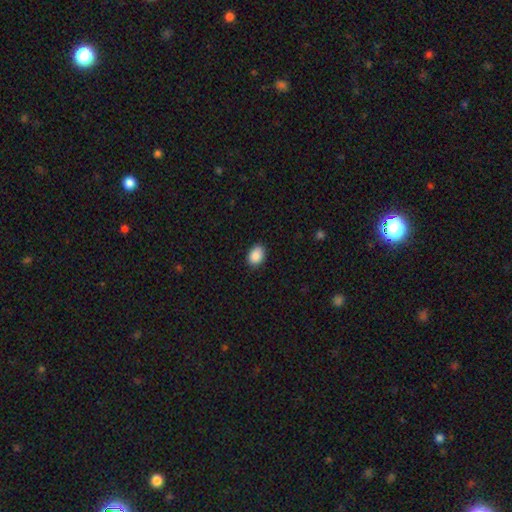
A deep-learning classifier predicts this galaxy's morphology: smooth-or-featured: smooth: 89% | star or artifact: 8% | featured or disk: 3%
  how-rounded: in between: 74% | round: 25% | cigar-shaped: 1%
  merging: none: 87% | minor disturbance: 10% | major disturbance: 2% | merger: 1%